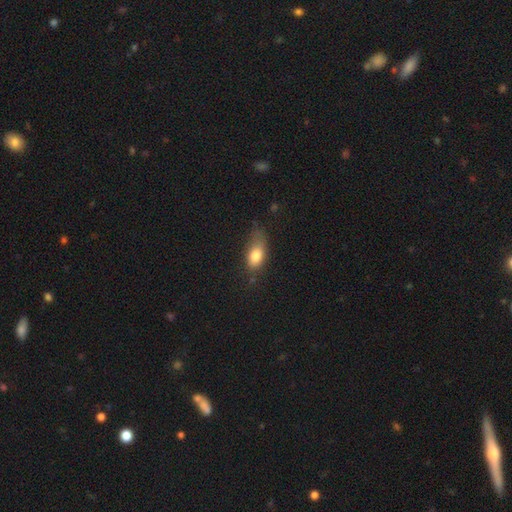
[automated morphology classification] This is clearly a smooth galaxy (80%). How rounded: clearly in between (85%). Merging: marginally none (42%).